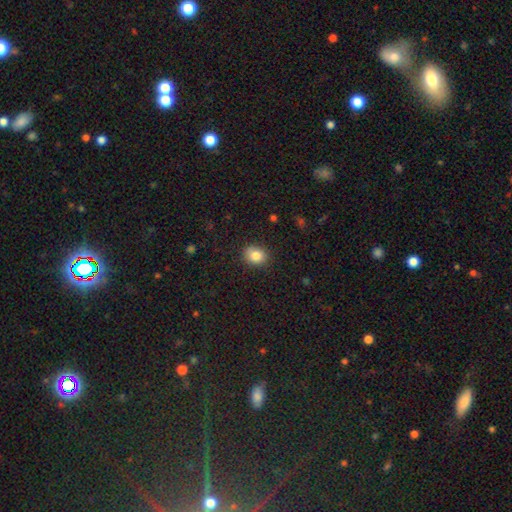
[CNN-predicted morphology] Smooth or featured? Predicted: smooth (p=0.83). How rounded? Predicted: round (p=0.61). Merging? Predicted: none (p=0.85).